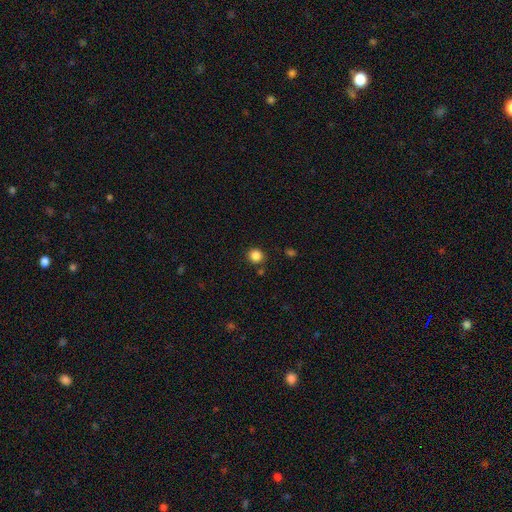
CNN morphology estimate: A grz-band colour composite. It shows a smooth galaxy with no disk features (85%) that is round (91%). Merging: none (86%).